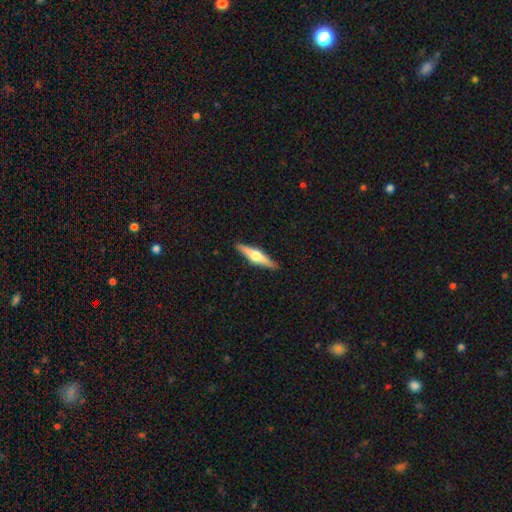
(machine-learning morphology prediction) featured or disk 64%, smooth 31%, star or artifact 6%. Down the decision tree: edge-on disk — yes (97%); edge-on bulge — rounded (93%); merging — none (90%).